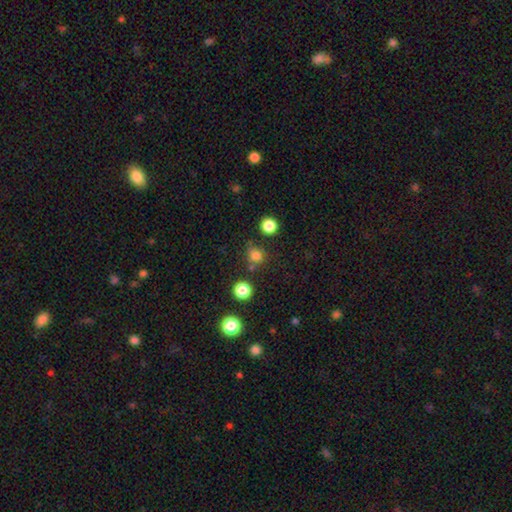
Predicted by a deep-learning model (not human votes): This is likely a smooth galaxy (78%). How rounded: clearly round (88%). Merging: likely none (75%).